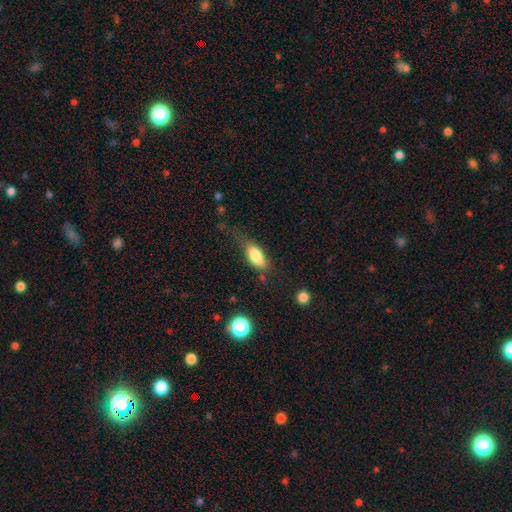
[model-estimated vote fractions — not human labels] Smooth or featured: smooth — 81% (featured or disk — 12%)
How rounded: in between — 85% (cigar-shaped — 11%)
Merging: none — 46% (minor disturbance — 31%)